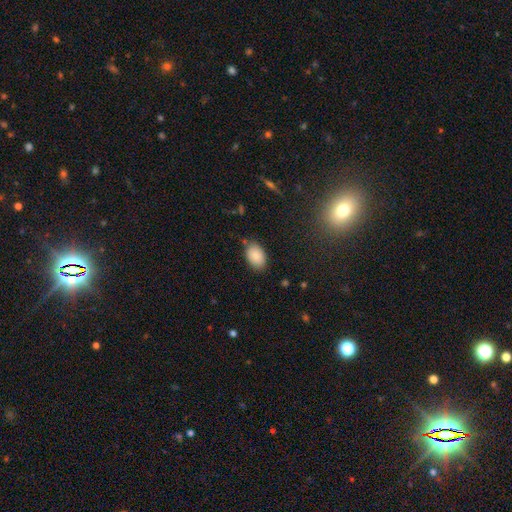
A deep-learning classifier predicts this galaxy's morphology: The model was most divided on "merging": none: 80%, minor disturbance: 14%, major disturbance: 3%, merger: 3%. More confident: how rounded — in between (88%); smooth or featured — smooth (85%).